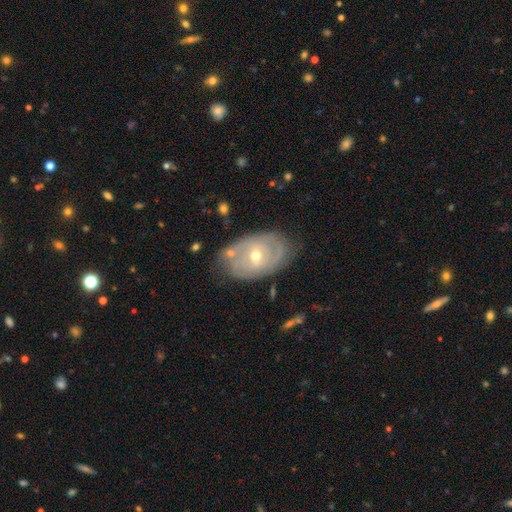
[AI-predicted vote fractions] Overall: featured or disk (77%). Edge-on disk: no (95%). Bar: no (48%; weak 41%). Spiral arms: yes (80%). Spiral arm count: can't tell (40%; 2 38%). Spiral winding: tight (65%; medium 26%). Bulge size: moderate (49%; small 48%). Merging: none (69%).